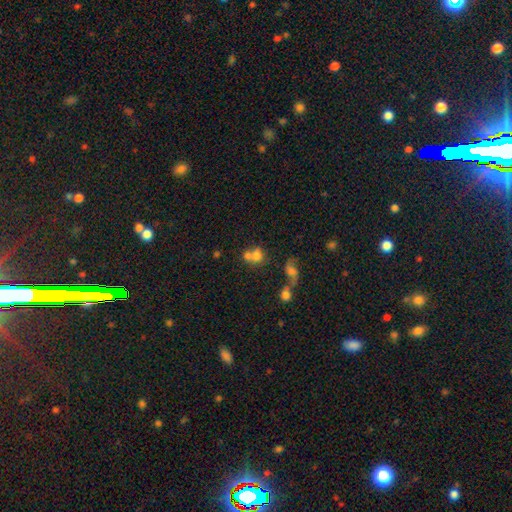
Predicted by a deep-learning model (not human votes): This appears to be a smooth galaxy with no disk features (69%) that is round (67%). Merging: merger (54%).